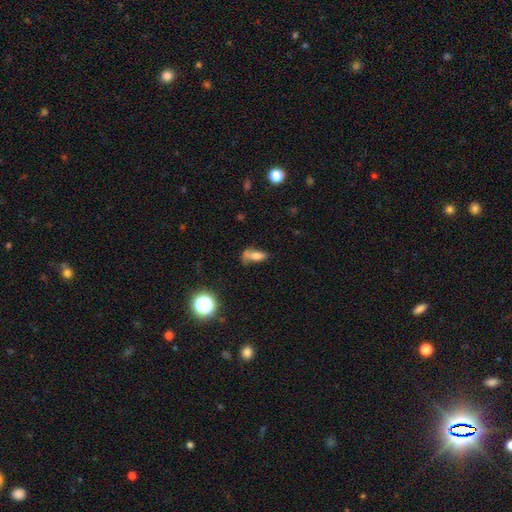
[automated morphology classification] A smooth galaxy with no disk features (67%) that is in between round and cigar-shaped (68%).

Vote fractions:
- Smooth or featured? smooth: 67% / featured or disk: 20% / star or artifact: 13%
- How rounded? in between: 68% / cigar-shaped: 25% / round: 6%
- Merging? none: 40% / minor disturbance: 29% / major disturbance: 19% / merger: 11%